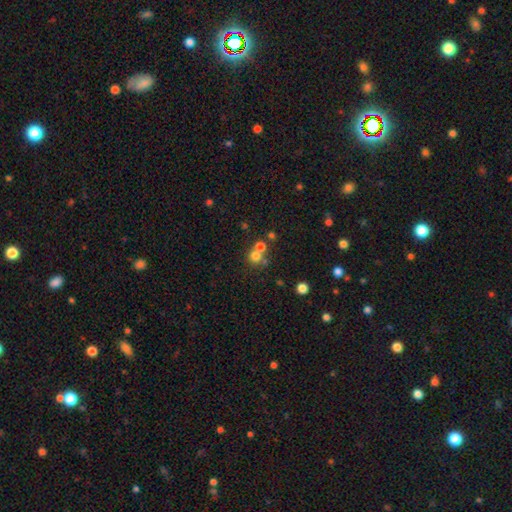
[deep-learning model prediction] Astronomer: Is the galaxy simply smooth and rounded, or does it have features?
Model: smooth — 71%.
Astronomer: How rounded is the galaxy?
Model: round — 88%.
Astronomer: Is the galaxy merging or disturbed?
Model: none — 50% (runner-up: merger, 40%).